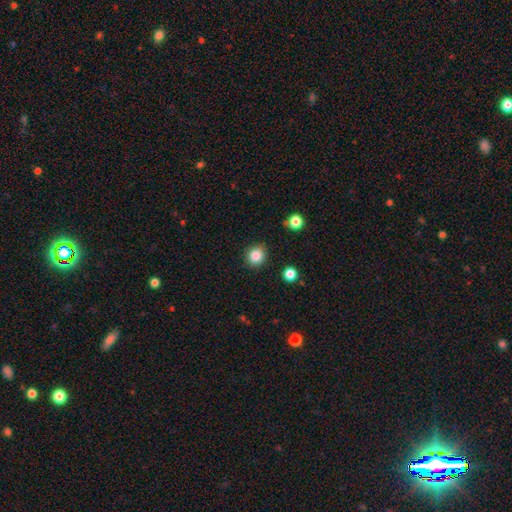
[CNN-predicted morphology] This appears to be a smooth galaxy with no disk features (85%) that is round (84%). Merging: none (88%).